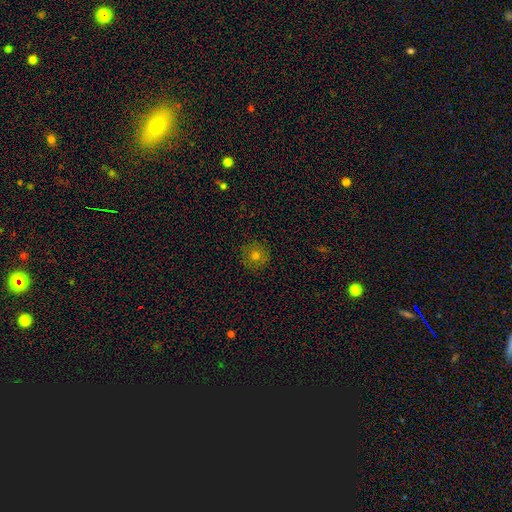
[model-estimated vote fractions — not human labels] Smooth or featured? Predicted: smooth (p=0.73). How rounded? Predicted: round (p=0.94). Merging? Predicted: none (p=0.88).